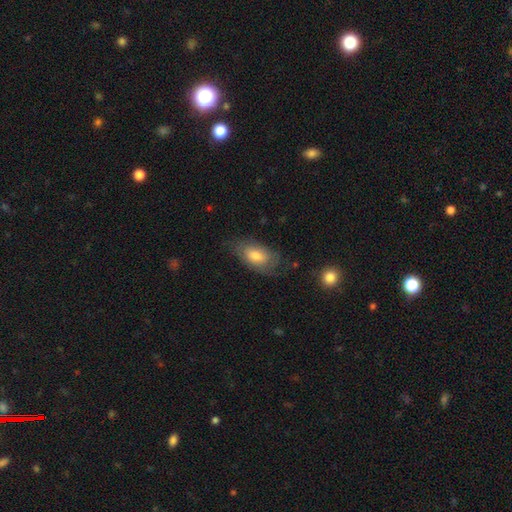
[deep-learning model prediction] Smooth or featured? smooth (71%)
How rounded? in between (91%)
Merging? none (65%)